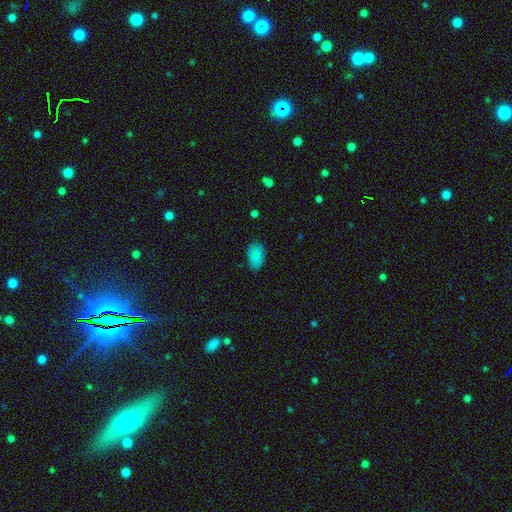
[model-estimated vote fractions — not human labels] This is clearly a smooth galaxy (87%). How rounded: clearly in between (92%). Merging: likely none (79%).